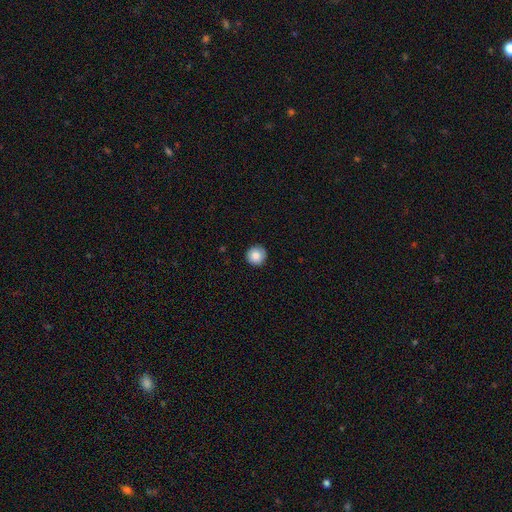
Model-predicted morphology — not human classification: Smooth or featured?
  - smooth: 84% *
  - star or artifact: 9%
  - featured or disk: 7%
How rounded?
  - round: 96% *
  - in between: 4%
  - cigar-shaped: 1%
Merging?
  - none: 89% *
  - minor disturbance: 8%
  - major disturbance: 2%
  - merger: 1%